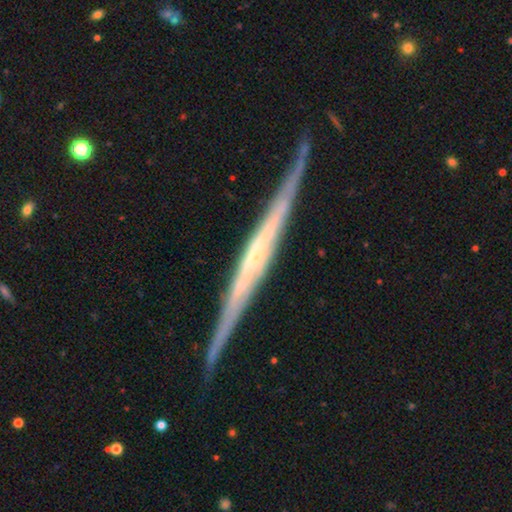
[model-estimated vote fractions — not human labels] A featured or disk galaxy (80%) viewed edge-on (97%) with no central bulge (65%). Merging: none (86%).